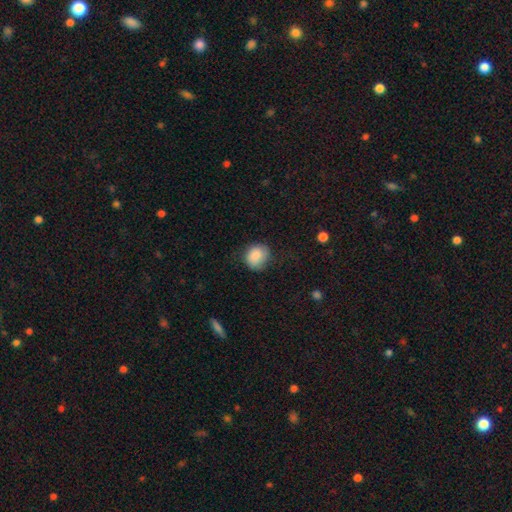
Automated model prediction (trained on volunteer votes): smooth_or_featured: smooth (p=0.85) [alt: star or artifact p=0.07]
how_rounded: round (p=0.71) [alt: in between p=0.29]
merging: none (p=0.69) [alt: minor disturbance p=0.23]